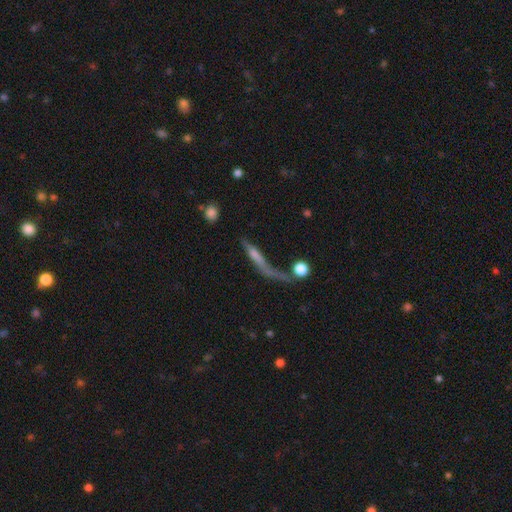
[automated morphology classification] Smooth or featured? Predicted: featured or disk (p=0.47). Merging? Predicted: major disturbance (p=0.36).